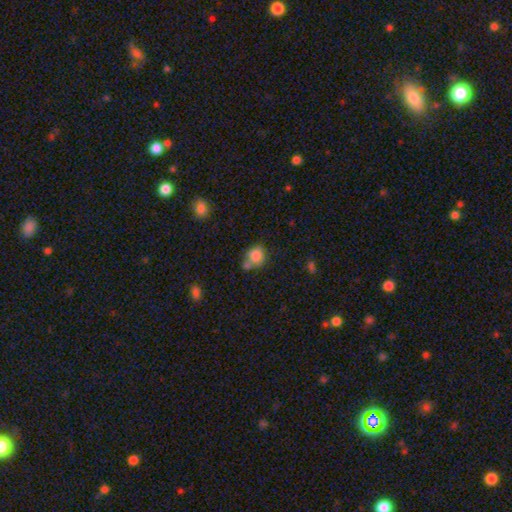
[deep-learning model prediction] Overall: smooth (80%). How rounded: round (66%; in between 33%). Merging: none (42%; merger 31%).